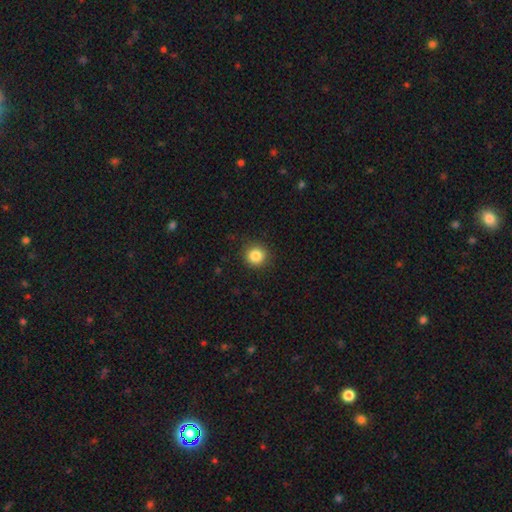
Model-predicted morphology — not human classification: This is clearly a smooth galaxy (85%). How rounded: clearly round (92%). Merging: clearly none (91%).